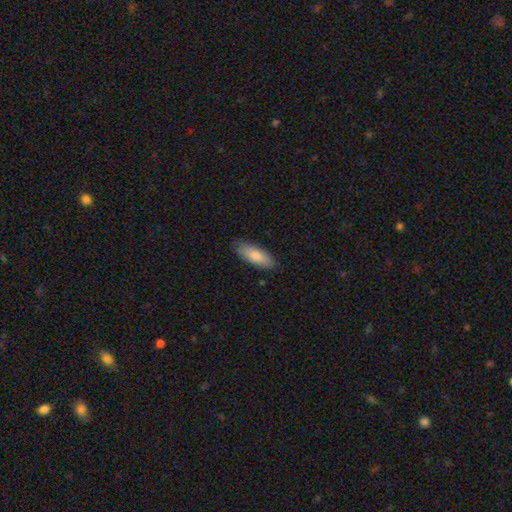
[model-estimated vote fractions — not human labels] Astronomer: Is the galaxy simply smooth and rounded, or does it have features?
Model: smooth — 84%.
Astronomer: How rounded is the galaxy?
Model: in between — 68%.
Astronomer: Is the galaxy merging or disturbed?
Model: none — 86%.